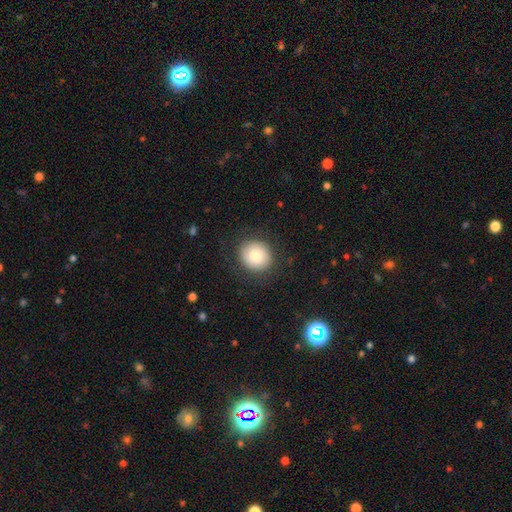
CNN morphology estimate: Smooth or featured? smooth (80%)
How rounded? round (86%)
Merging? none (84%)